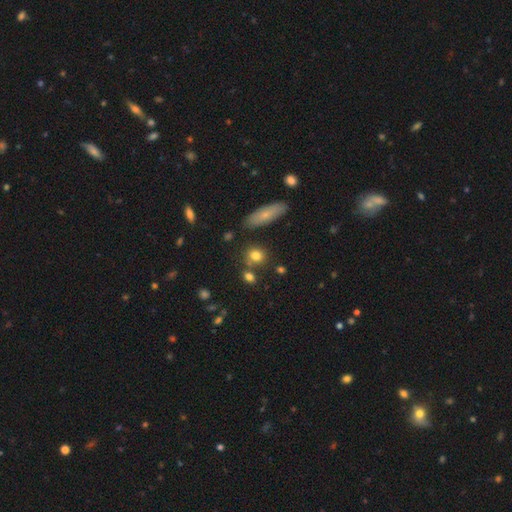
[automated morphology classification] Smooth or featured: smooth — 78% (star or artifact — 11%)
How rounded: round — 71% (in between — 25%)
Merging: none — 70% (merger — 15%)